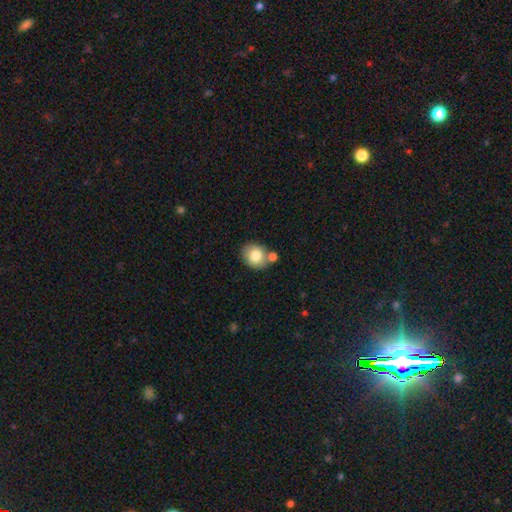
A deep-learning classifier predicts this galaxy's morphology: Smooth or featured?
  - smooth: 79% *
  - featured or disk: 13%
  - star or artifact: 8%
How rounded?
  - round: 61% *
  - in between: 38%
  - cigar-shaped: 1%
Merging?
  - none: 62% *
  - merger: 21%
  - minor disturbance: 13%
  - major disturbance: 4%